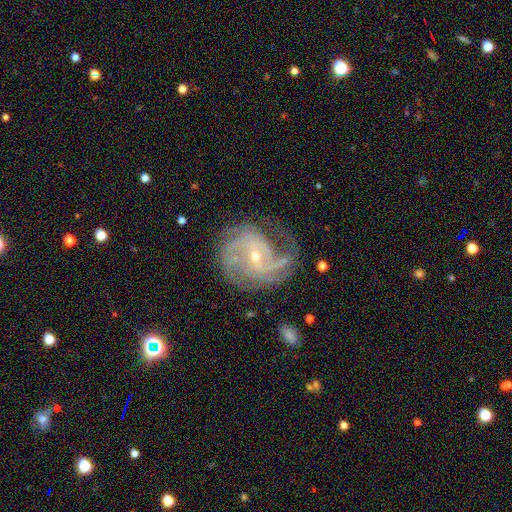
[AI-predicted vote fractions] Smooth or featured? featured or disk (90%)
Edge-on disk? no (98%)
Bar? no (47%)
Spiral arms? yes (98%)
Spiral winding? tight (48%)
Spiral arm count? 3 (29%)
Bulge size? small (72%)
Merging? none (66%)